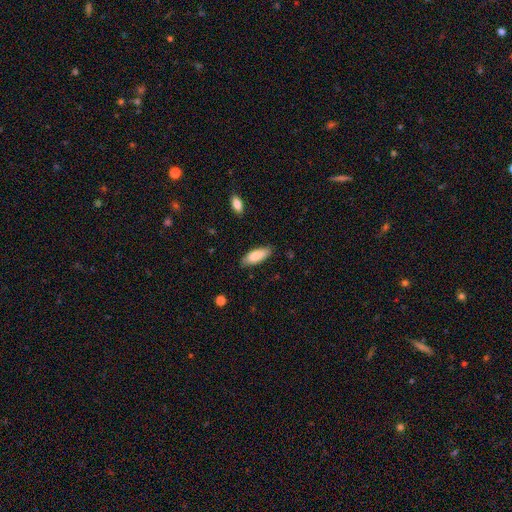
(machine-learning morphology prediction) Smooth or featured? smooth (84%)
How rounded? in between (69%)
Merging? none (83%)